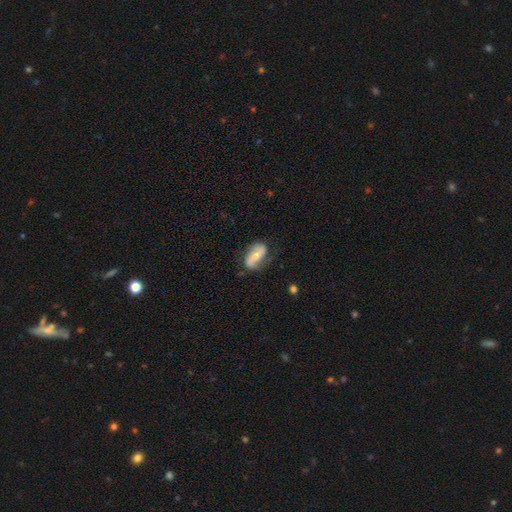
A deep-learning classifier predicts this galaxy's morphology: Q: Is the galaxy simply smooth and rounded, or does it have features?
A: featured or disk — 63%.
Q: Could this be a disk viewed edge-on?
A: no — 94%.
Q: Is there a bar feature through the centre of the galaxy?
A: no — 41%.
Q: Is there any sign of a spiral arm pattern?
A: yes — 85%.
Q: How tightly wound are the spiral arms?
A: loose — 53%.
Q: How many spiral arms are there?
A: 2 — 84%.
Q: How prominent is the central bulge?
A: moderate — 51%.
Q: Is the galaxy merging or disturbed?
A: none — 66%.